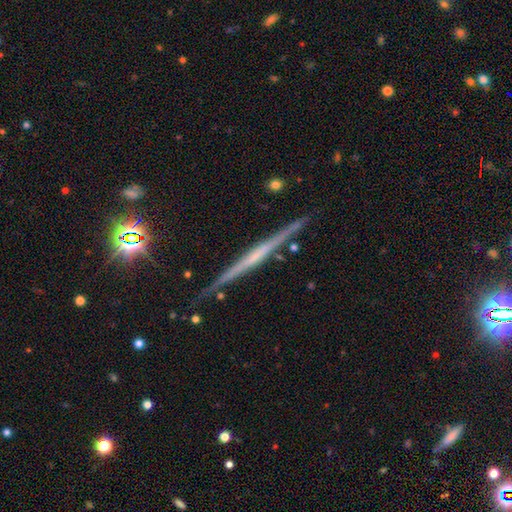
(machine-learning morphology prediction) Overall: featured or disk (72%). Edge-on disk: yes (98%). Edge-on bulge: none (72%). Merging: none (88%).